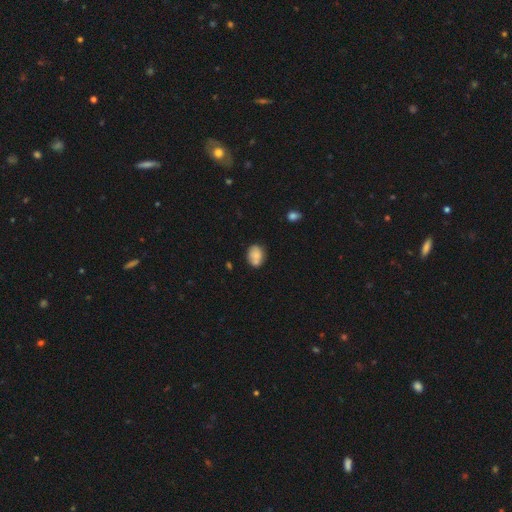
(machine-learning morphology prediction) A smooth galaxy with no disk features (77%) that is in between round and cigar-shaped (59%). Merging: none (56%).